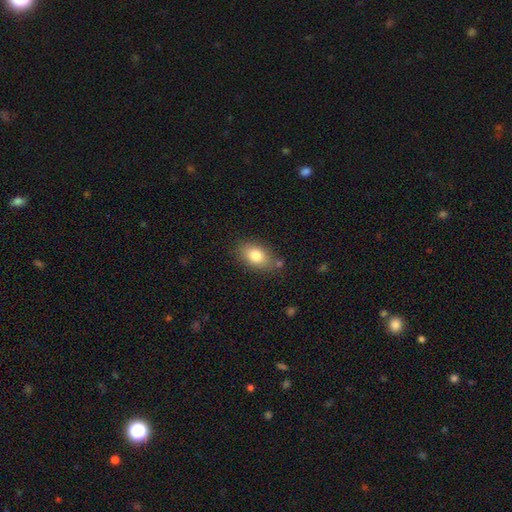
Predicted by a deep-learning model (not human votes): The model was most divided on "merging": none: 77%, minor disturbance: 15%, merger: 4%, major disturbance: 4%. More confident: how rounded — in between (86%); smooth or featured — smooth (80%).